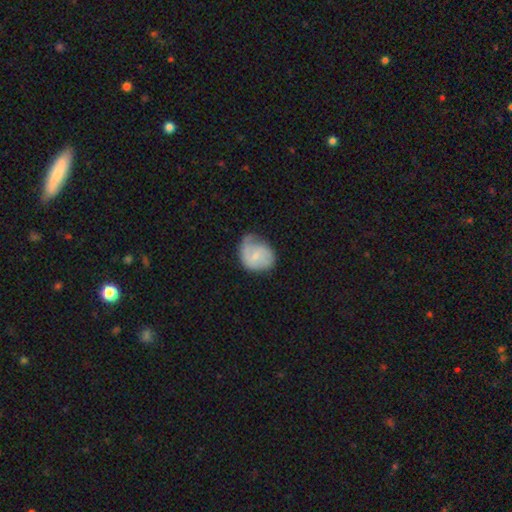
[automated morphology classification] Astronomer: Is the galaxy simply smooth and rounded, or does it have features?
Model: featured or disk — 48% (runner-up: smooth, 46%).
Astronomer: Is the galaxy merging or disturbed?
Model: none — 39% (runner-up: minor disturbance, 38%).